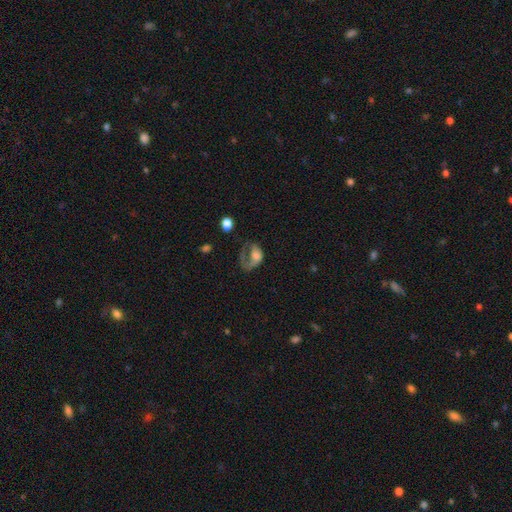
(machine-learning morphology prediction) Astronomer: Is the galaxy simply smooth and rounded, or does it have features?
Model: smooth — 45%, tied with featured or disk at 45%.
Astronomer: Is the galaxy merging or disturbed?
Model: major disturbance — 62%.